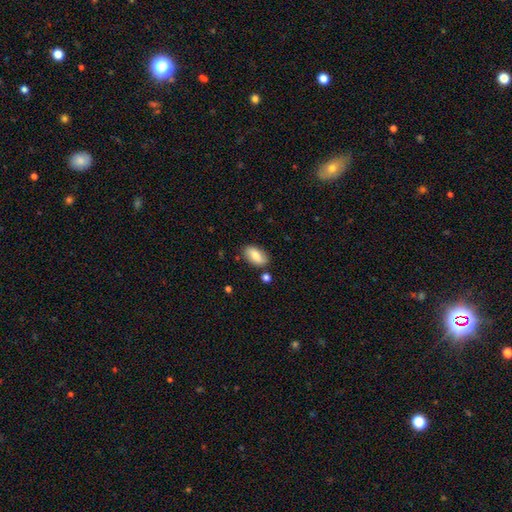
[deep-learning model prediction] Morphology: type=smooth (77%); roundness=in between (92%); merging=none (81%).